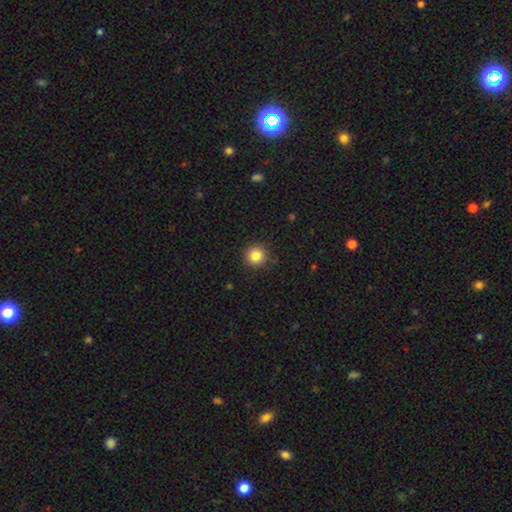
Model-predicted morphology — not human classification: A smooth galaxy with no disk features (84%) that is round (95%). Merging: none (89%).